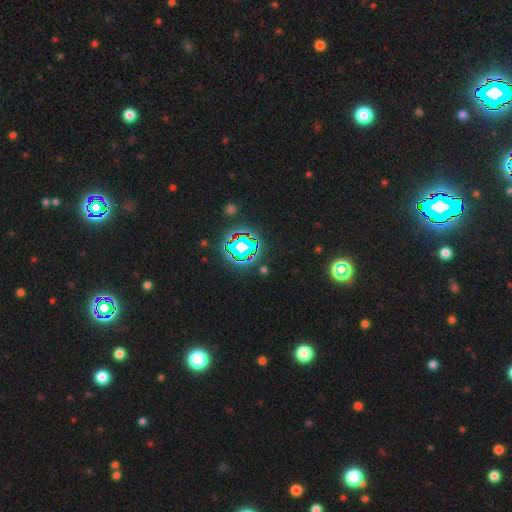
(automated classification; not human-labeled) Overall: star or artifact (80%).